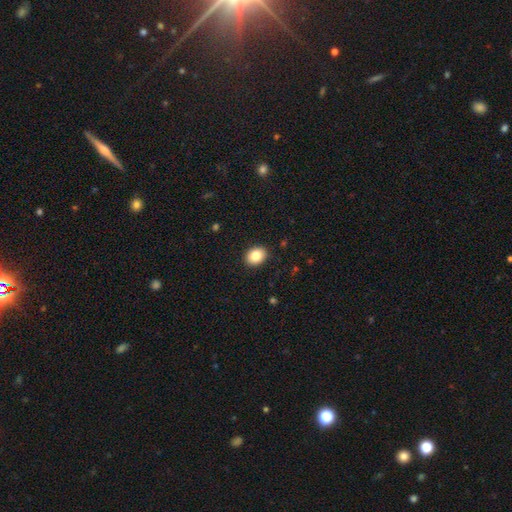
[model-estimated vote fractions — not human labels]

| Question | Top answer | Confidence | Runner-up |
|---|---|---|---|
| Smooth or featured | smooth | 84% | star or artifact (9%) |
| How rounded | in between | 60% | round (39%) |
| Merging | none | 90% | minor disturbance (7%) |